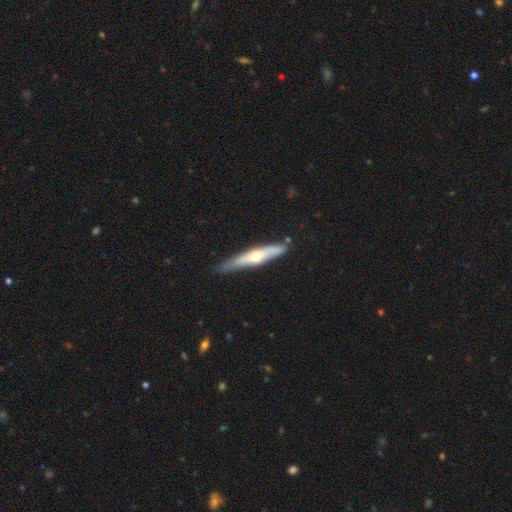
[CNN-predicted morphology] Smooth or featured?
  - featured or disk: 56% *
  - smooth: 39%
  - star or artifact: 5%
Edge-on disk?
  - yes: 88% *
  - no: 12%
Merging?
  - none: 79% *
  - minor disturbance: 16%
  - major disturbance: 3%
  - merger: 2%